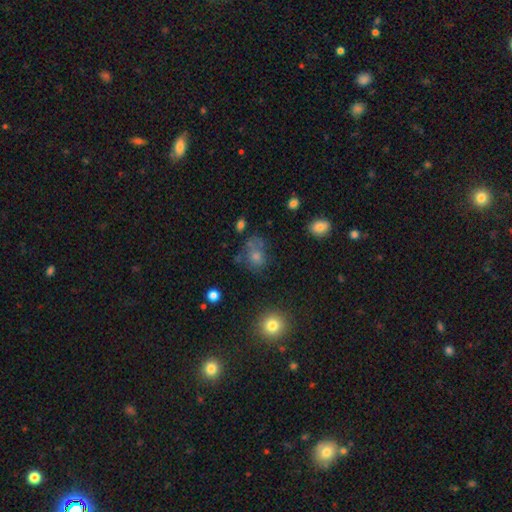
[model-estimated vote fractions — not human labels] Q: Smooth or featured?
A: smooth (50%); runner-up: featured or disk (25%)
Q: How rounded?
A: round (54%); runner-up: in between (44%)
Q: Merging?
A: none (56%); runner-up: minor disturbance (21%)